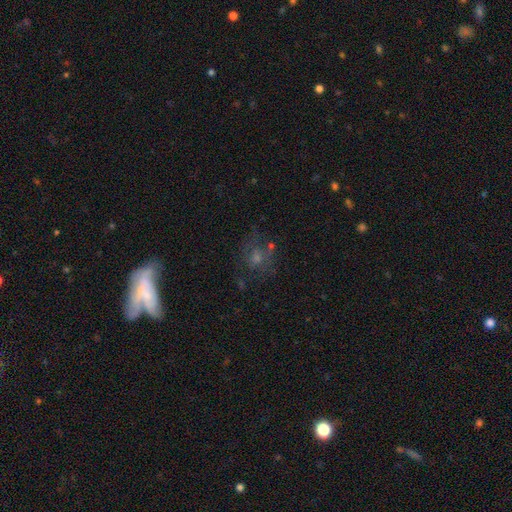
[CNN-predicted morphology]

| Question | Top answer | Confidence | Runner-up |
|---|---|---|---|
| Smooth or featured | featured or disk | 40% | smooth (34%) |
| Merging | none | 57% | major disturbance (16%) |